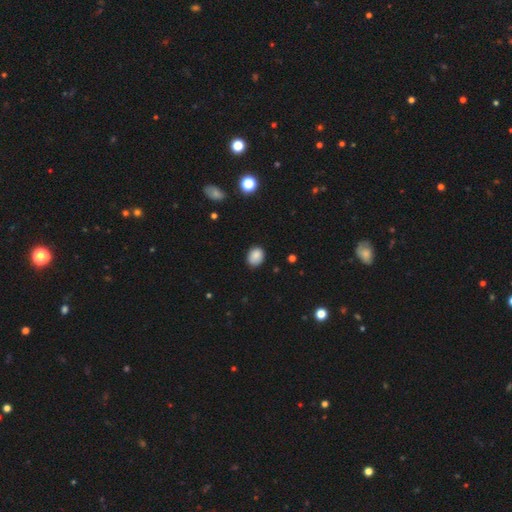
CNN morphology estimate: This appears to be a smooth galaxy with no disk features (86%) that is in between round and cigar-shaped (52%). Merging: none (81%).